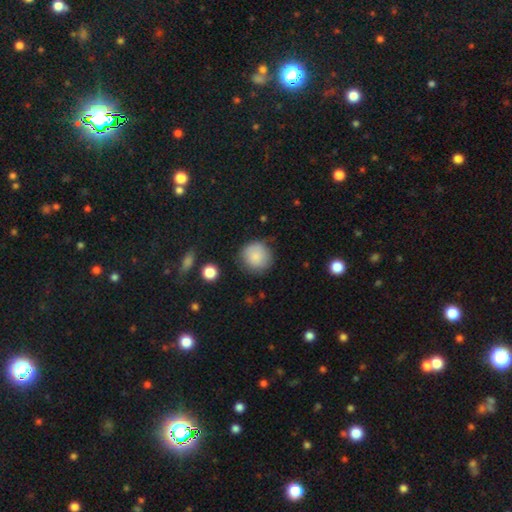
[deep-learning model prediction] Q: Smooth or featured?
A: smooth (85%); runner-up: star or artifact (8%)
Q: How rounded?
A: round (92%); runner-up: in between (7%)
Q: Merging?
A: none (78%); runner-up: minor disturbance (16%)